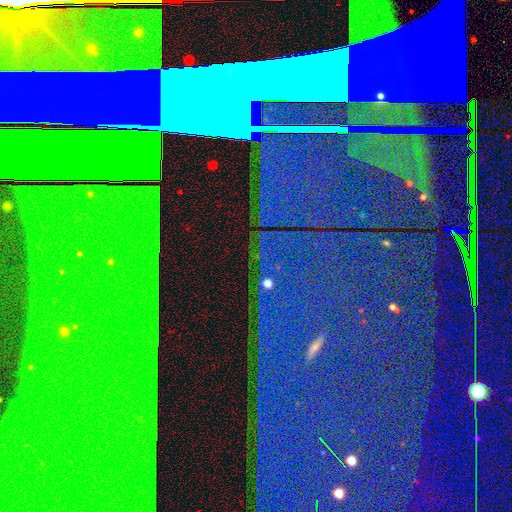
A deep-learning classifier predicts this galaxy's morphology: Smooth or featured: star or artifact — 82% (featured or disk — 10%)